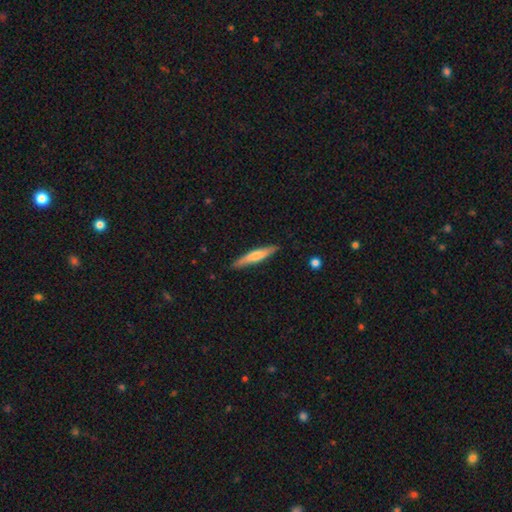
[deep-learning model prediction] Overall: smooth (59%; featured or disk 36%). How rounded: cigar-shaped (91%). Merging: none (87%).